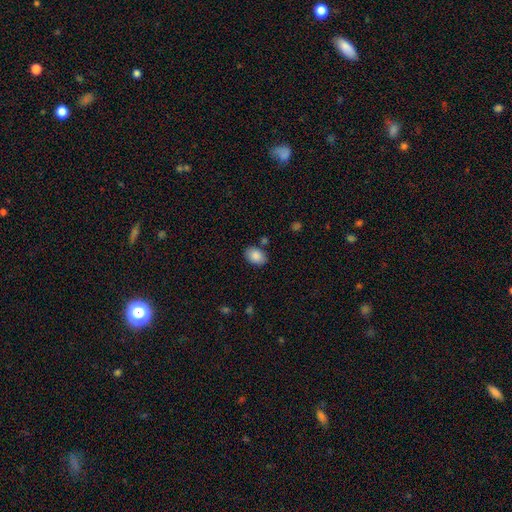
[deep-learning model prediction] This is clearly a smooth galaxy (87%). How rounded: clearly in between (81%). Merging: clearly none (82%).